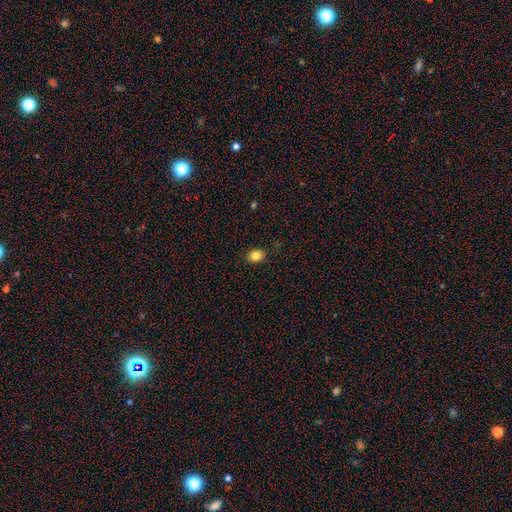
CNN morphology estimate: This is clearly a smooth galaxy (83%). How rounded: possibly in between (56%). Merging: clearly none (89%).